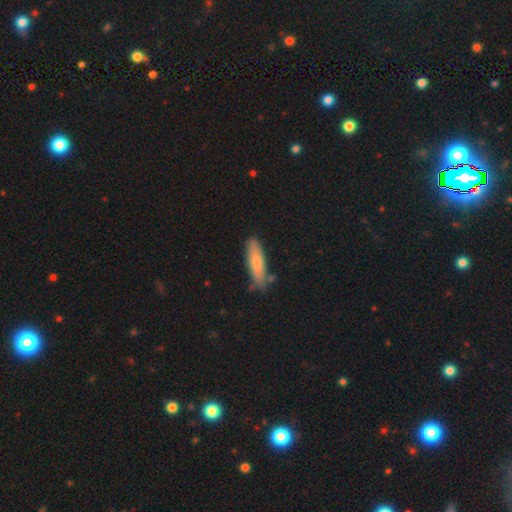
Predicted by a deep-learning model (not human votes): Smooth or featured? Predicted: smooth (p=0.66). How rounded? Predicted: cigar-shaped (p=0.74). Merging? Predicted: none (p=0.80).